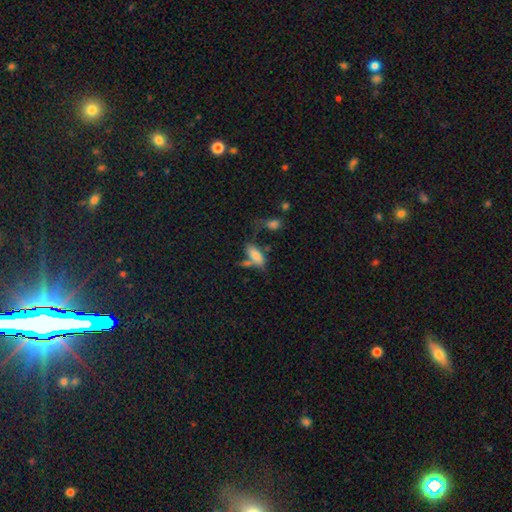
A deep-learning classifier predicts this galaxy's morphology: Q: Smooth or featured?
A: smooth (73%); runner-up: featured or disk (17%)
Q: How rounded?
A: in between (76%); runner-up: cigar-shaped (21%)
Q: Merging?
A: none (36%); runner-up: merger (27%)